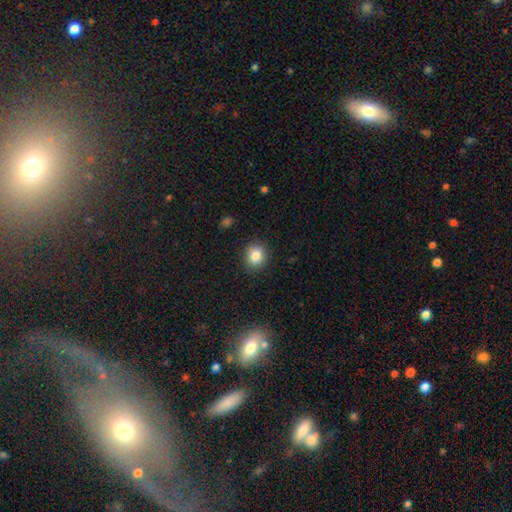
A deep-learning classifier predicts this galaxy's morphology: A smooth galaxy with no disk features (83%) that is round (75%). Merging: none (86%).